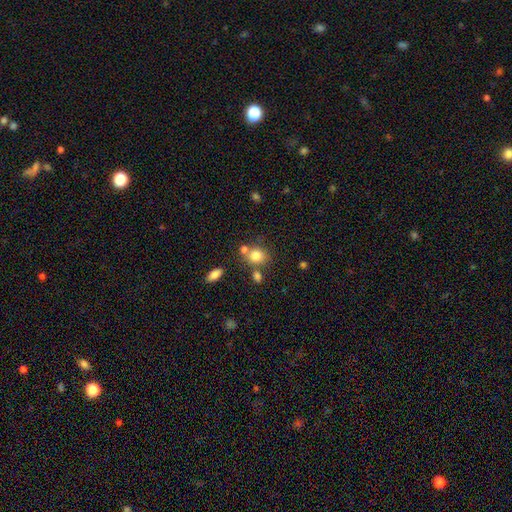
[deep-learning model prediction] Smooth or featured? Predicted: smooth (p=0.80). How rounded? Predicted: round (p=0.64). Merging? Predicted: none (p=0.59).